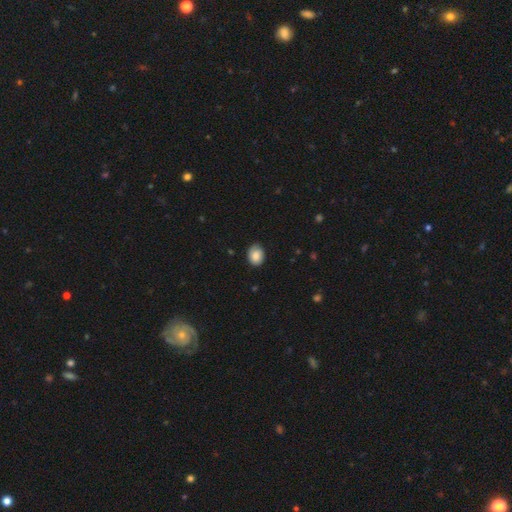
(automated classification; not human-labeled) smooth 83%, featured or disk 9%, star or artifact 7%. Down the decision tree: how rounded — in between (60%); merging — none (78%).